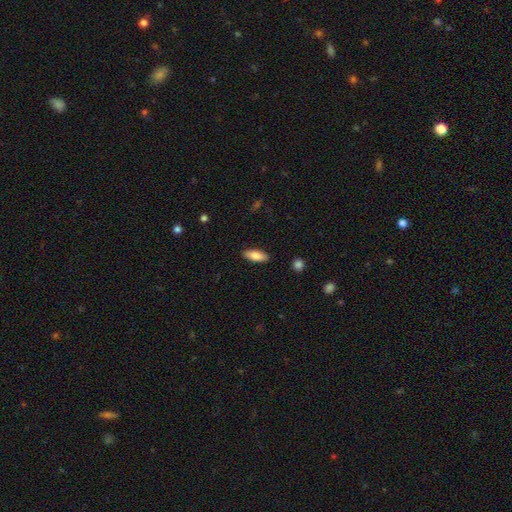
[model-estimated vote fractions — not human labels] Morphology: type=smooth (84%); roundness=in between (76%); merging=none (89%).